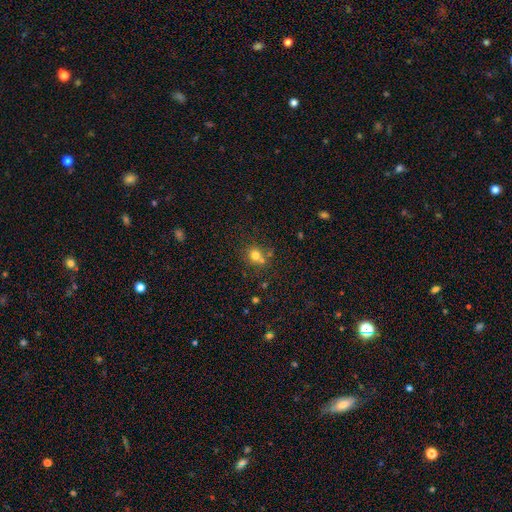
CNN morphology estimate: A smooth galaxy with no disk features (74%) that is round (83%).

Vote fractions:
- Smooth or featured? smooth: 74% / star or artifact: 16% / featured or disk: 10%
- How rounded? round: 83% / in between: 16% / cigar-shaped: 1%
- Merging? none: 58% / merger: 27% / minor disturbance: 11% / major disturbance: 4%